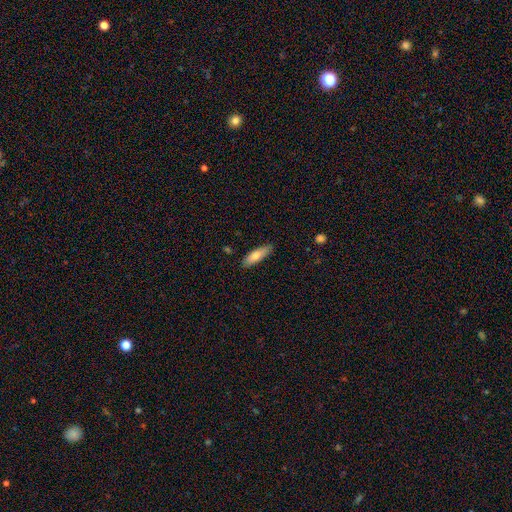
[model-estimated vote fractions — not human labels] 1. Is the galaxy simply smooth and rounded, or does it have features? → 76% smooth, 18% featured or disk, 6% star or artifact.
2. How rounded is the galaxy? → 49% cigar-shaped (tied), 49% in between (tied), 2% round.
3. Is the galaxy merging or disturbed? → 84% none, 13% minor disturbance, 2% major disturbance, 1% merger.